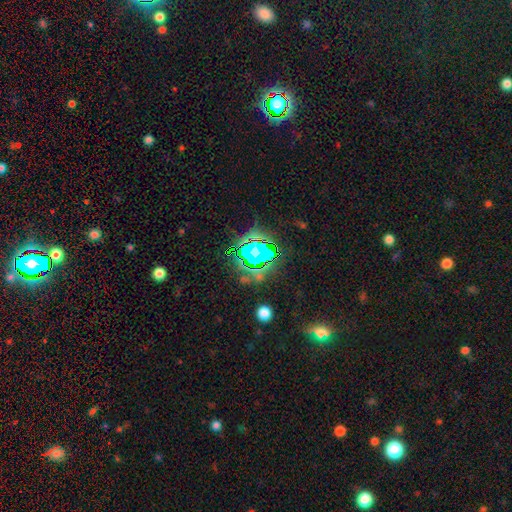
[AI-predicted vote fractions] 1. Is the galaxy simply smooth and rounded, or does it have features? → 72% star or artifact, 15% smooth, 13% featured or disk.